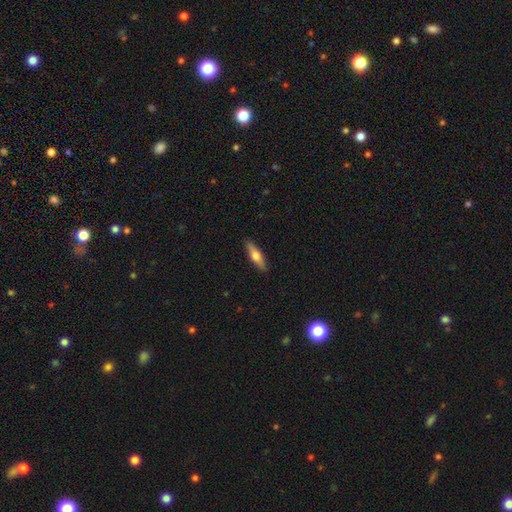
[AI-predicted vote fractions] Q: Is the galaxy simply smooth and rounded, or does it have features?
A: smooth — 62%.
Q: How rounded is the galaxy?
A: cigar-shaped — 62%.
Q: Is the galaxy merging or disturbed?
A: none — 89%.